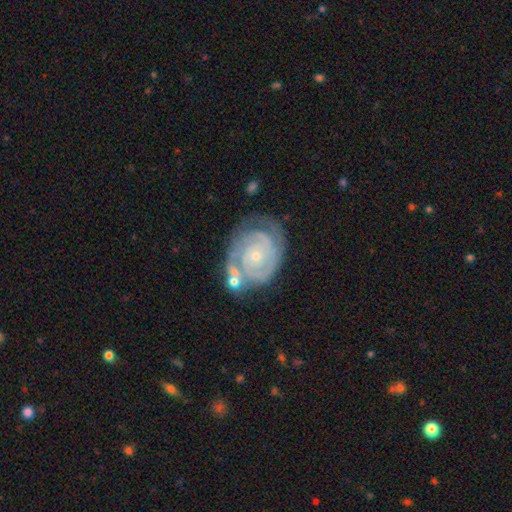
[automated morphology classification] The model was most divided on "spiral arm count": 2: 52%, can't tell: 20%, 3: 16%, 1: 5%, 4: 4%, more than 4: 3%. More confident: edge-on disk — no (97%); spiral arms — yes (95%); smooth or featured — featured or disk (86%); spiral winding — tight (77%); bar — no (77%); bulge size — small (75%); merging — none (63%).